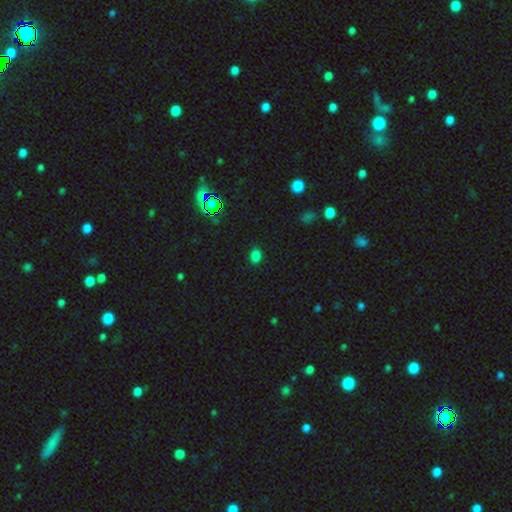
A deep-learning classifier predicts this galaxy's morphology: Overall: smooth (77%). How rounded: in between (59%; round 40%). Merging: none (86%).